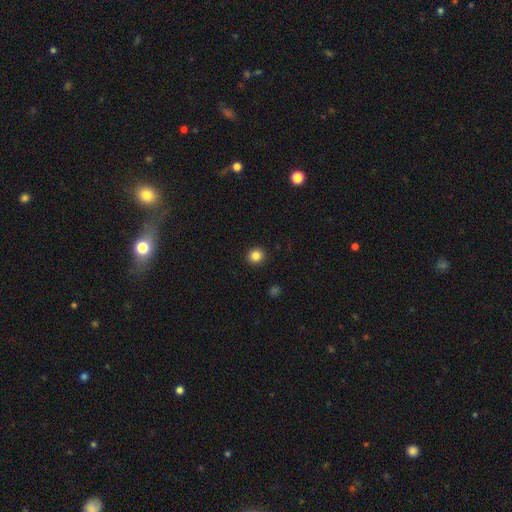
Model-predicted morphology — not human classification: smooth 85%, star or artifact 11%, featured or disk 4%. Down the decision tree: how rounded — round (92%); merging — none (93%).